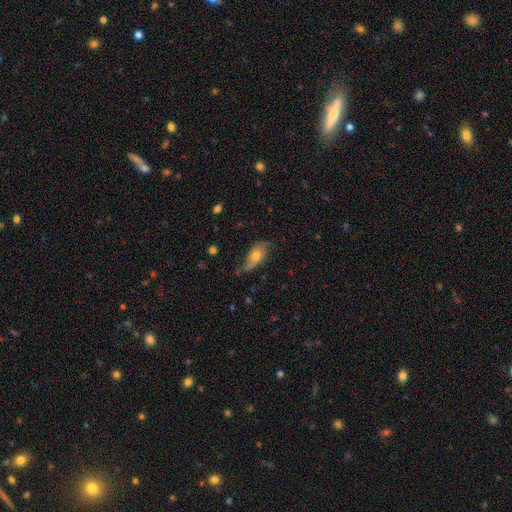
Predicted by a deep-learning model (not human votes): A smooth galaxy with no disk features (46%, tied with featured or disk). Merging: none (57%).